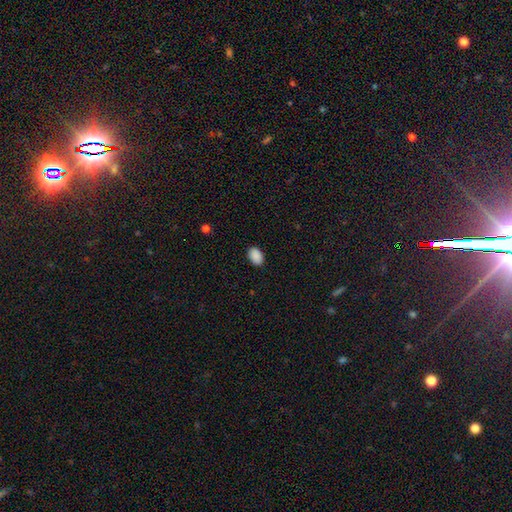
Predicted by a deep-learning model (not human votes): Overall: smooth (90%). How rounded: in between (86%). Merging: none (89%).